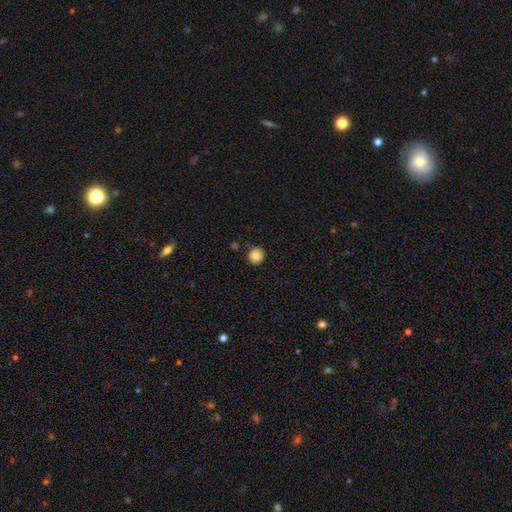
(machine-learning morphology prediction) Smooth or featured? Predicted: smooth (p=0.87). How rounded? Predicted: round (p=0.90). Merging? Predicted: none (p=0.87).